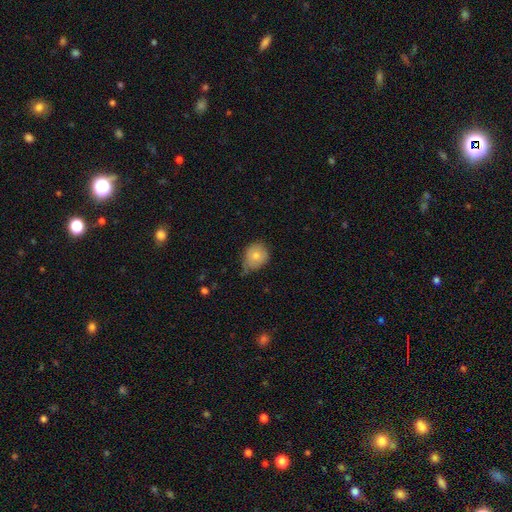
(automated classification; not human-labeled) smooth 75%, featured or disk 17%, star or artifact 8%. Down the decision tree: how rounded — round (69%); merging — none (46%).